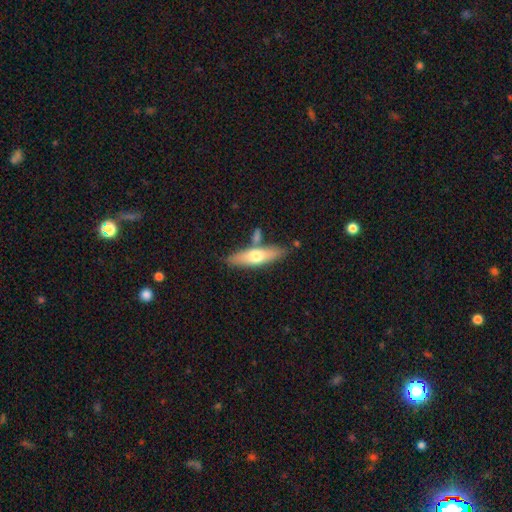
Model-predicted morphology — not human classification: smooth-or-featured: smooth: 54% | featured or disk: 41% | star or artifact: 5%
  how-rounded: cigar-shaped: 67% | in between: 31% | round: 2%
  merging: none: 74% | minor disturbance: 12% | merger: 11% | major disturbance: 3%